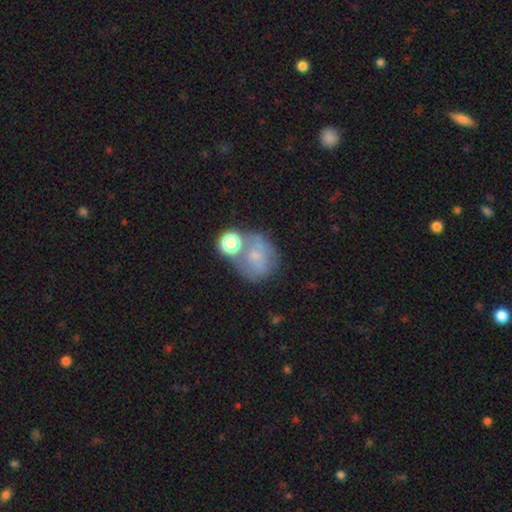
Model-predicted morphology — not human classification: Q: Smooth or featured?
A: smooth (50%); runner-up: featured or disk (35%)
Q: Merging?
A: none (40%); runner-up: merger (27%)